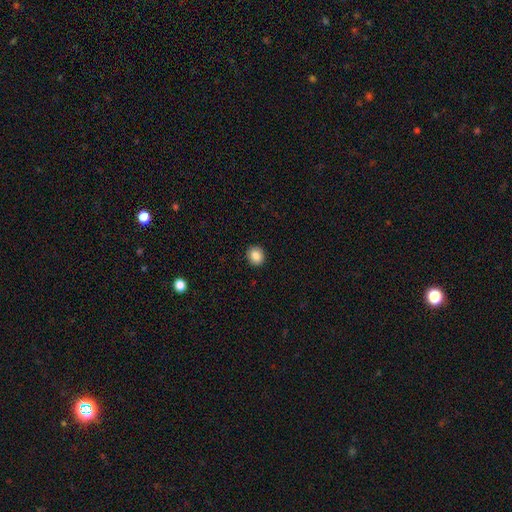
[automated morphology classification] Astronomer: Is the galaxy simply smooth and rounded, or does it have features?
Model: smooth — 86%.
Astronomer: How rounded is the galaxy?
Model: round — 76%.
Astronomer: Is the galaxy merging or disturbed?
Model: none — 92%.